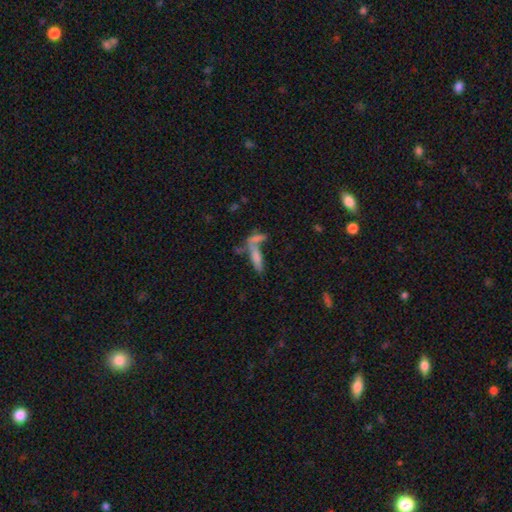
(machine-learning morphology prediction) Smooth or featured: smooth — 68% (featured or disk — 22%)
How rounded: cigar-shaped — 66% (in between — 31%)
Merging: merger — 48% (none — 36%)